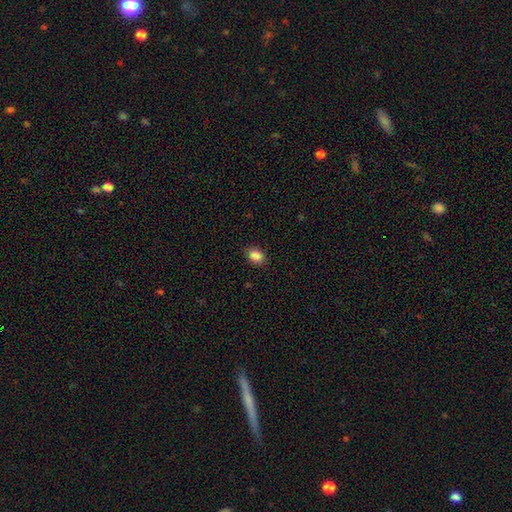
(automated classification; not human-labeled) Smooth or featured? Predicted: smooth (p=0.87). How rounded? Predicted: in between (p=0.66). Merging? Predicted: none (p=0.89).